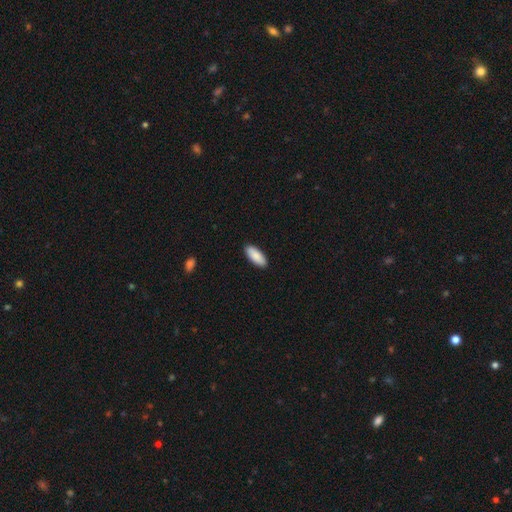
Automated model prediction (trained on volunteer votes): Smooth or featured? Predicted: smooth (p=0.89). How rounded? Predicted: in between (p=0.81). Merging? Predicted: none (p=0.91).